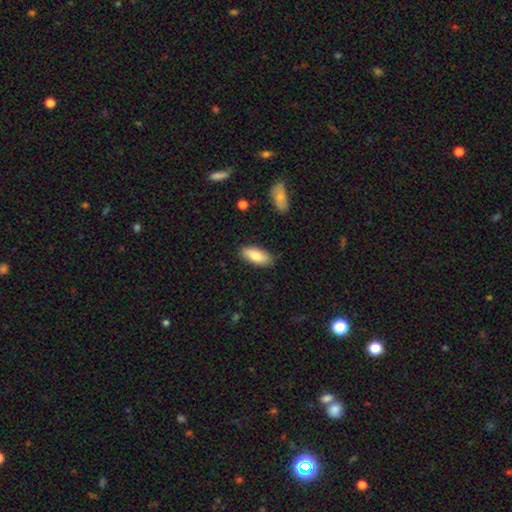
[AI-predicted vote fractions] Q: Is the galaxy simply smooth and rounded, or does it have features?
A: smooth — 83%.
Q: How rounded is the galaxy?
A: in between — 85%.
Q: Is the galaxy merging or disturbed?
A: none — 85%.